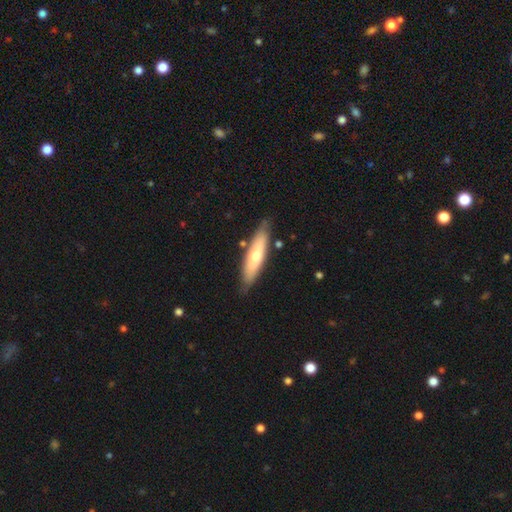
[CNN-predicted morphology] Q: Smooth or featured?
A: smooth (58%); runner-up: featured or disk (37%)
Q: How rounded?
A: cigar-shaped (71%); runner-up: in between (28%)
Q: Merging?
A: none (79%); runner-up: minor disturbance (15%)